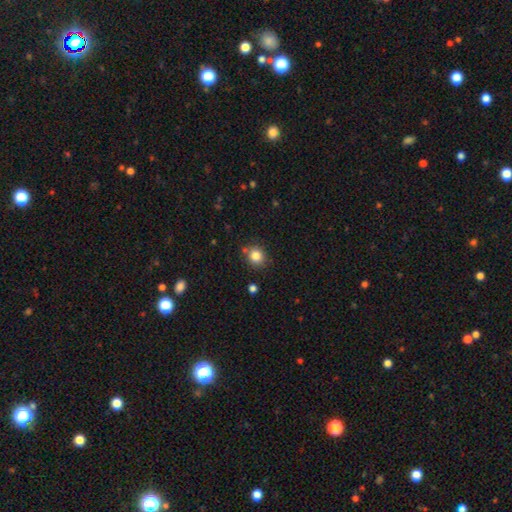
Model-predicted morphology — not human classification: Q: Smooth or featured?
A: smooth (83%); runner-up: star or artifact (11%)
Q: How rounded?
A: round (82%); runner-up: in between (17%)
Q: Merging?
A: none (80%); runner-up: minor disturbance (11%)